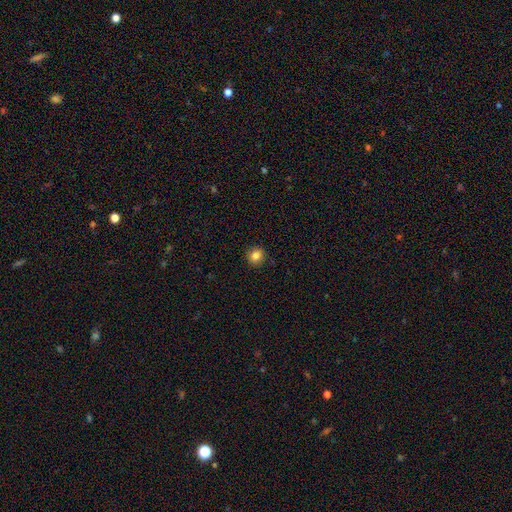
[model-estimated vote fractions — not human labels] Overall: smooth (84%). How rounded: round (88%). Merging: none (91%).